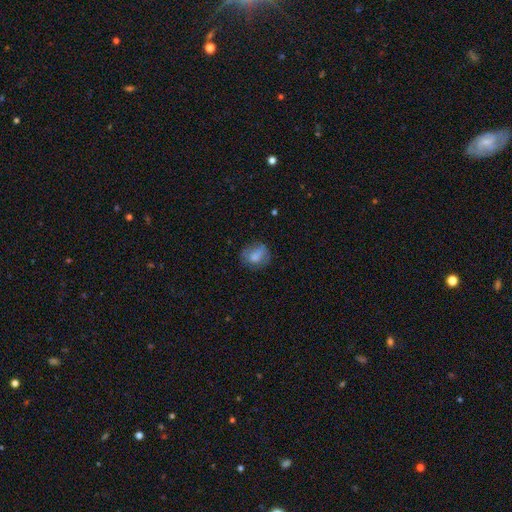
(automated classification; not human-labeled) This appears to be a smooth galaxy with no disk features (73%) that is round (58%). Merging: none (63%).